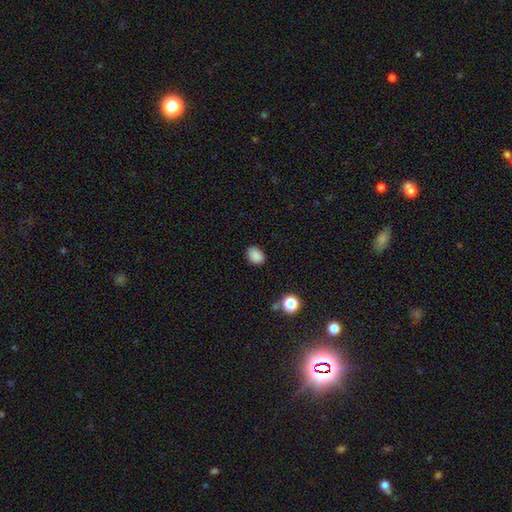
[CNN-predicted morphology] This appears to be a smooth galaxy with no disk features (86%) that is in between round and cigar-shaped (68%). Merging: none (84%).